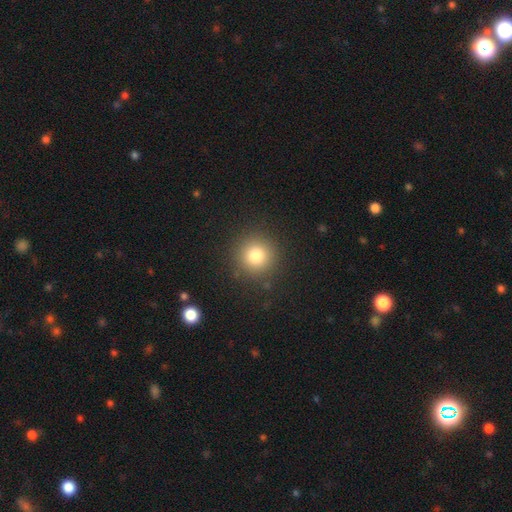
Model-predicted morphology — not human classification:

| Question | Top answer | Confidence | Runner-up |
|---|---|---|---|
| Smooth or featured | smooth | 79% | star or artifact (13%) |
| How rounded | round | 95% | in between (4%) |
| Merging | none | 90% | minor disturbance (6%) |